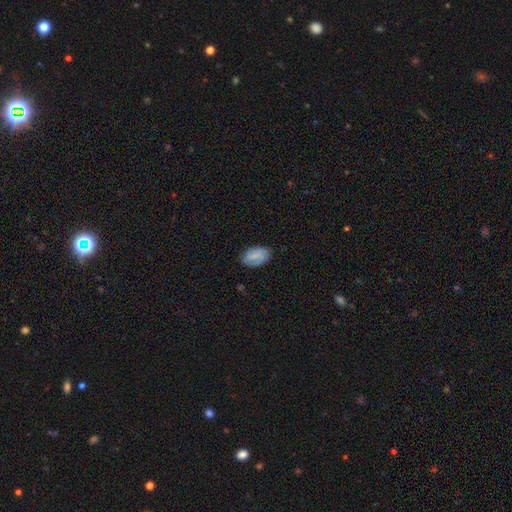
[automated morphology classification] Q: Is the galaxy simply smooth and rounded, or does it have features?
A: smooth — 70%.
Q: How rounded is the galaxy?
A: in between — 91%.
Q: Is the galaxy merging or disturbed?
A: none — 75%.